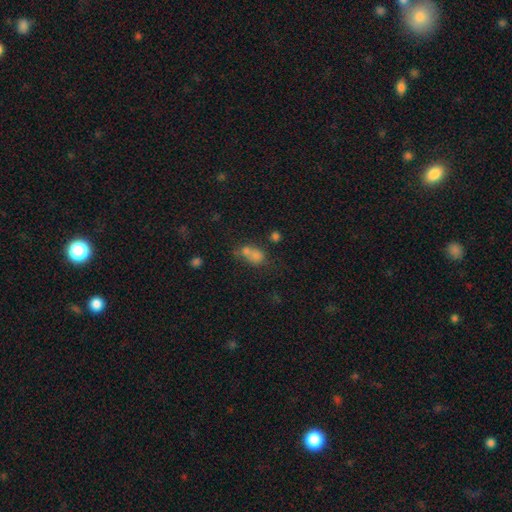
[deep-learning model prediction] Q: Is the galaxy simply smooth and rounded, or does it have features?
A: smooth — 71%.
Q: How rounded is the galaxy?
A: in between — 56%.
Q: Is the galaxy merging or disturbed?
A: merger — 53%.